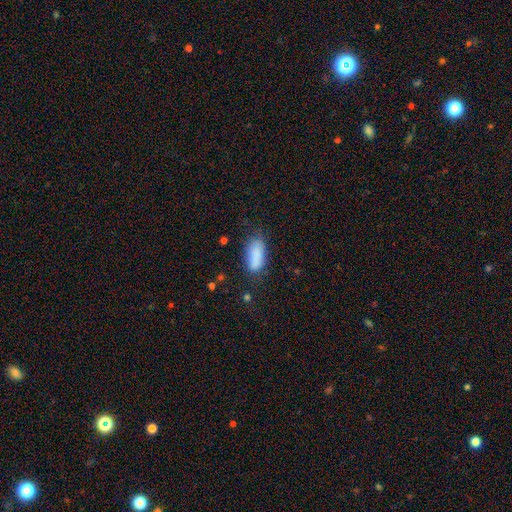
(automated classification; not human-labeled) smooth_or_featured: smooth (p=0.85) [alt: star or artifact p=0.08]
how_rounded: in between (p=0.87) [alt: cigar-shaped p=0.11]
merging: none (p=0.68) [alt: minor disturbance p=0.23]